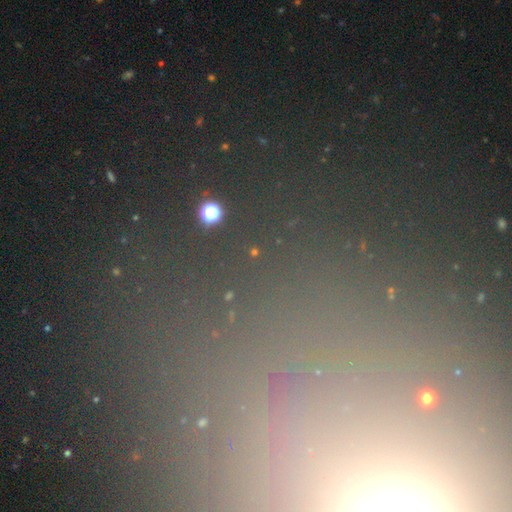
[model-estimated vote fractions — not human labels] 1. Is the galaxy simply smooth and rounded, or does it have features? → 70% star or artifact, 20% smooth, 10% featured or disk.